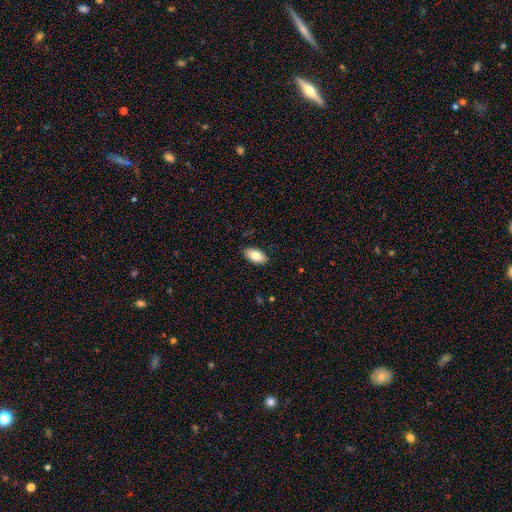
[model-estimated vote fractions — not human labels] Overall: smooth (81%). How rounded: in between (94%). Merging: none (87%).